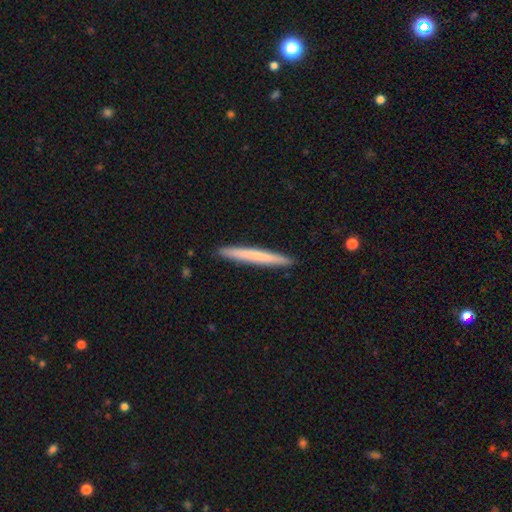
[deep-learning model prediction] A smooth galaxy with no disk features (65%) that is cigar-shaped (97%). Merging: none (92%).